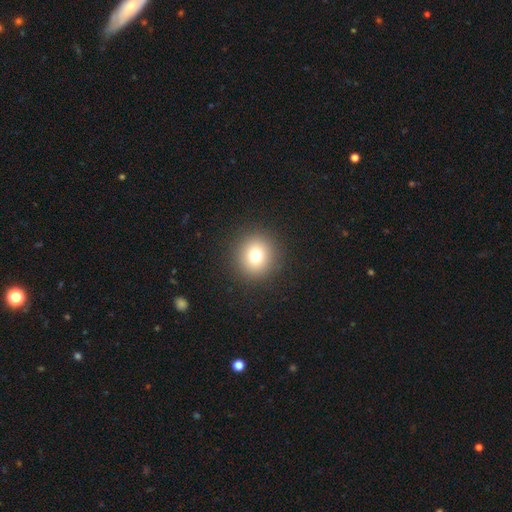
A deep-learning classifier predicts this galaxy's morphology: Smooth or featured: smooth — 76% (star or artifact — 14%)
How rounded: round — 92% (in between — 7%)
Merging: none — 92% (minor disturbance — 5%)